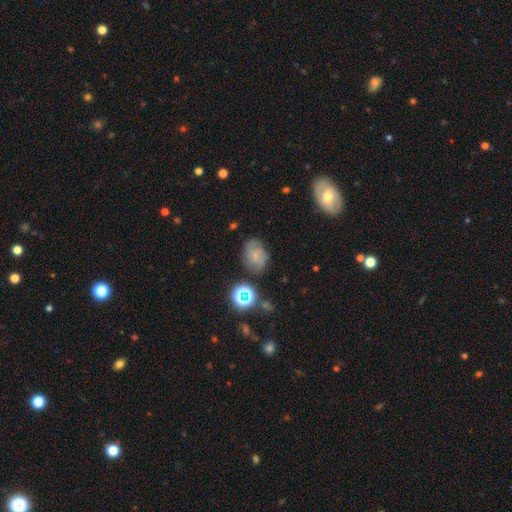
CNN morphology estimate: featured or disk 42%, smooth 41%, star or artifact 17%. Down the decision tree: merging — none (67%).